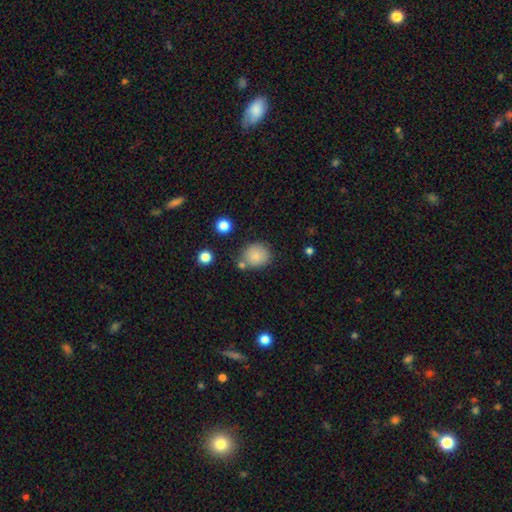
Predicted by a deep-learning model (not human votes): Morphology: type=smooth (83%); roundness=round (78%); merging=none (70%).